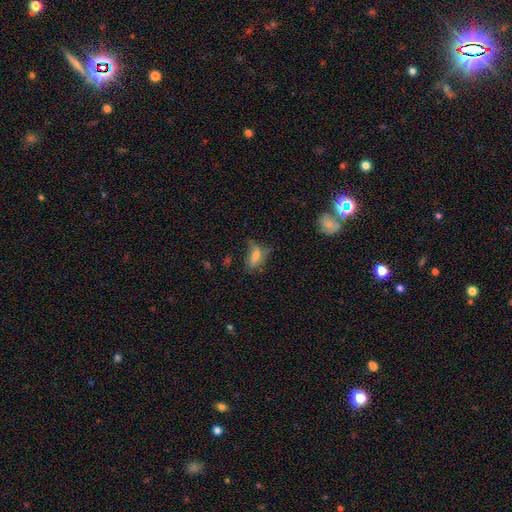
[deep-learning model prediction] Smooth or featured? Predicted: smooth (p=0.58). How rounded? Predicted: in between (p=0.77). Merging? Predicted: none (p=0.43).